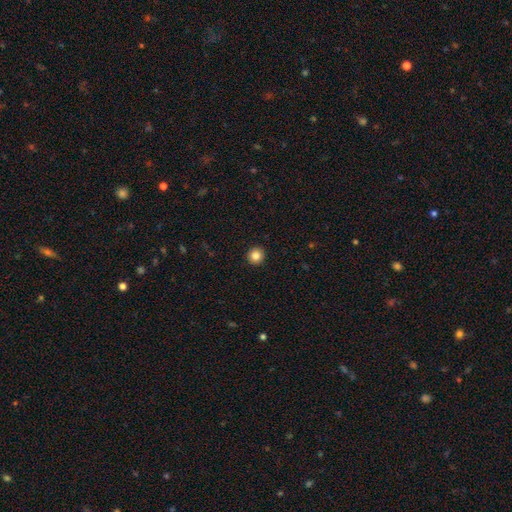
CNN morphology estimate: smooth-or-featured: smooth: 84% | star or artifact: 10% | featured or disk: 5%
  how-rounded: round: 94% | in between: 5% | cigar-shaped: 1%
  merging: none: 94% | minor disturbance: 4% | major disturbance: 1% | merger: 1%